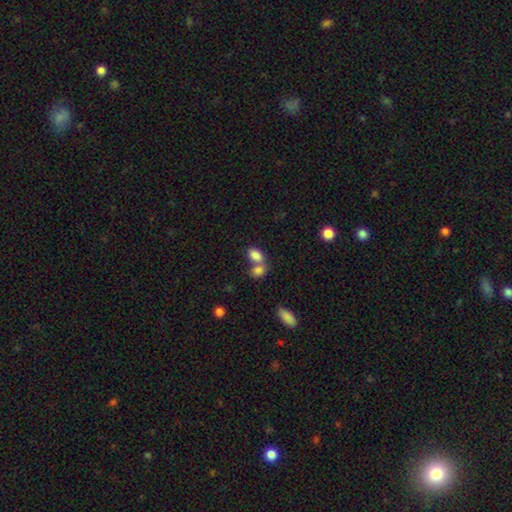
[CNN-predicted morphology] This appears to be a smooth galaxy with no disk features (83%) that is in between round and cigar-shaped (84%). Merging: merger (53%).